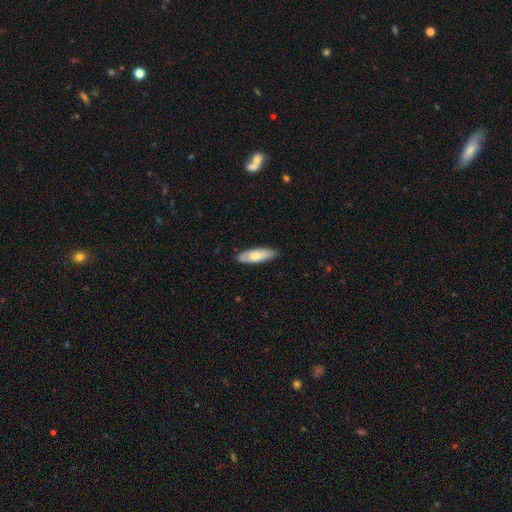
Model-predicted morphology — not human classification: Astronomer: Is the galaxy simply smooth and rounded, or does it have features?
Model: smooth — 66%.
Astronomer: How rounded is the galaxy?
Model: in between — 57% (runner-up: cigar-shaped, 41%).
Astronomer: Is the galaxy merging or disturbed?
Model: none — 85%.